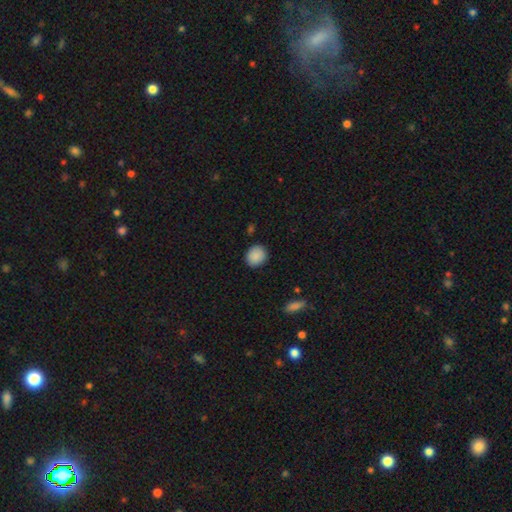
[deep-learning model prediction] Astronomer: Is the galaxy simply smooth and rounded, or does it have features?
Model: smooth — 89%.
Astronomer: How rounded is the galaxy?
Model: round — 80%.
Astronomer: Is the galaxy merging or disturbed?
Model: none — 87%.